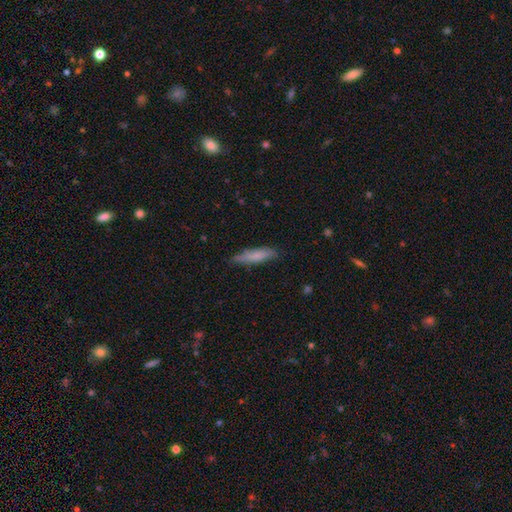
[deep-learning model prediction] smooth-or-featured: smooth: 75% | featured or disk: 19% | star or artifact: 6%
  how-rounded: cigar-shaped: 78% | in between: 21% | round: 2%
  merging: none: 80% | minor disturbance: 16% | major disturbance: 3% | merger: 1%